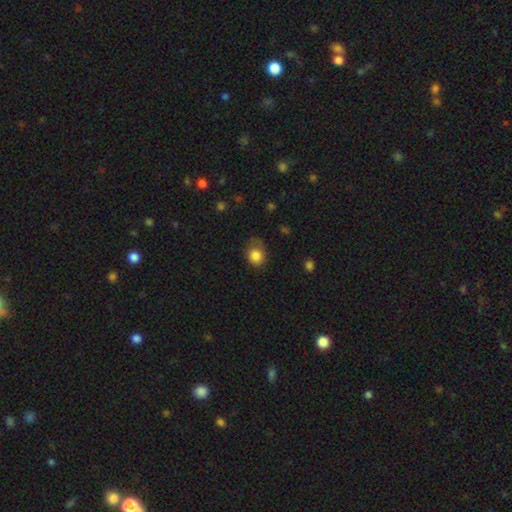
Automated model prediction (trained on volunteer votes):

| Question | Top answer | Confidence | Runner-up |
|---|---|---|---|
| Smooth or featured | smooth | 84% | star or artifact (9%) |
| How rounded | round | 60% | in between (39%) |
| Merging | none | 51% | minor disturbance (33%) |